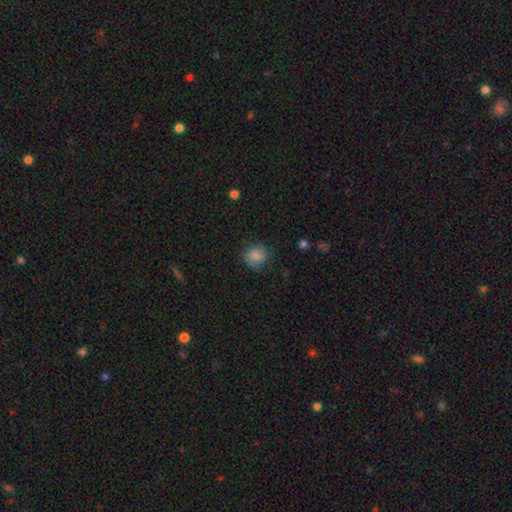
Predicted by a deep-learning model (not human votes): Smooth or featured? smooth (83%)
How rounded? round (76%)
Merging? none (71%)